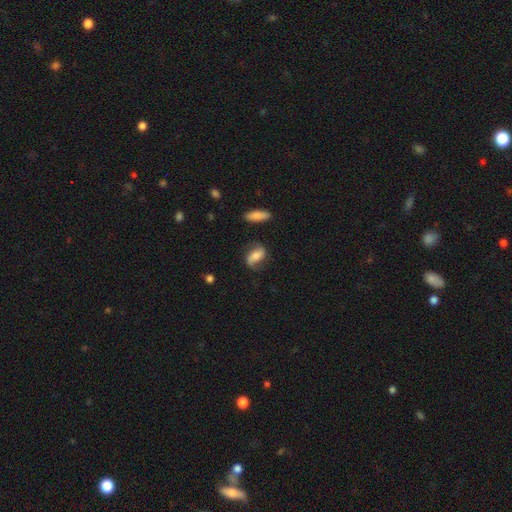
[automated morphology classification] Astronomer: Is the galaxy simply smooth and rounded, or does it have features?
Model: featured or disk — 59% (runner-up: smooth, 34%).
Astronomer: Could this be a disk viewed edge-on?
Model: no — 94%.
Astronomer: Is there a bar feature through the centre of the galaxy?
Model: no — 40% (runner-up: weak, 34%).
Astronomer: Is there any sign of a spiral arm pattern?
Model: yes — 90%.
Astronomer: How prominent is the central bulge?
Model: moderate — 44% (runner-up: small, 27%).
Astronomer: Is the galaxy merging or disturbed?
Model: none — 71%.